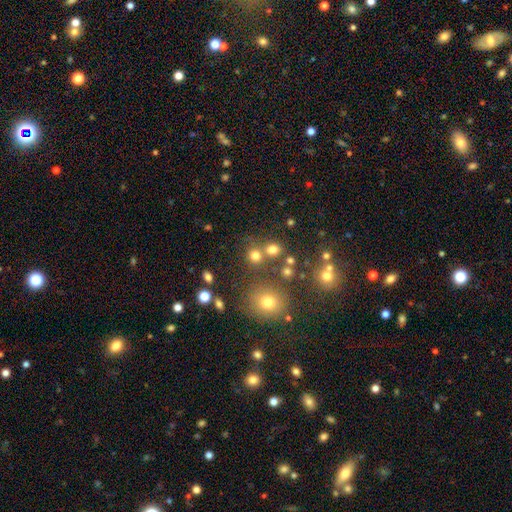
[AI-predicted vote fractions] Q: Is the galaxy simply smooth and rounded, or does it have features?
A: smooth — 75%.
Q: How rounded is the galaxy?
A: round — 87%.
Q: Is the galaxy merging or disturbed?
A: none — 67%.